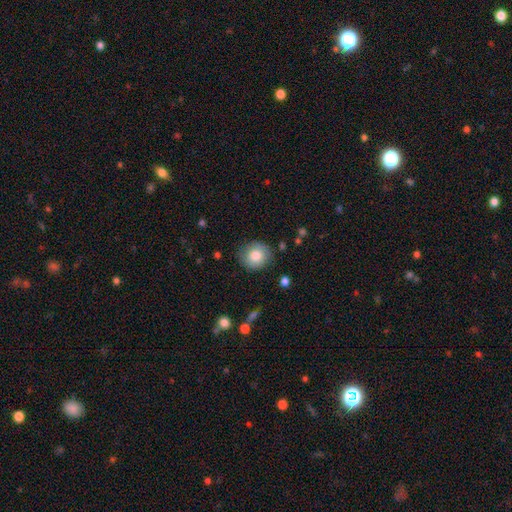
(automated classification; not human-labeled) A smooth galaxy with no disk features (81%) that is round (81%).

Vote fractions:
- Smooth or featured? smooth: 81% / featured or disk: 11% / star or artifact: 8%
- How rounded? round: 81% / in between: 18% / cigar-shaped: 1%
- Merging? none: 84% / minor disturbance: 12% / major disturbance: 3% / merger: 1%